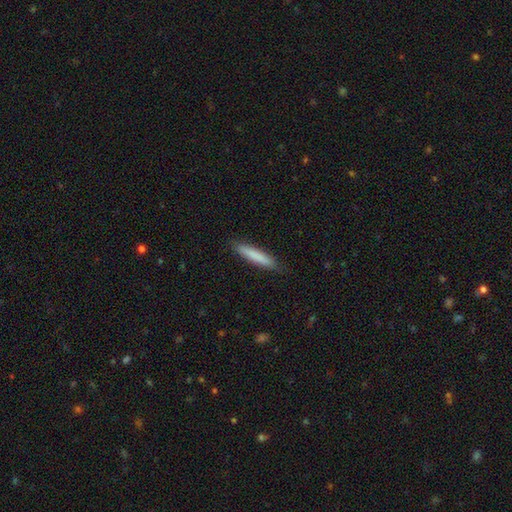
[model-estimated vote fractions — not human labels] smooth 80%, featured or disk 14%, star or artifact 6%. Down the decision tree: how rounded — cigar-shaped (91%); merging — none (88%).